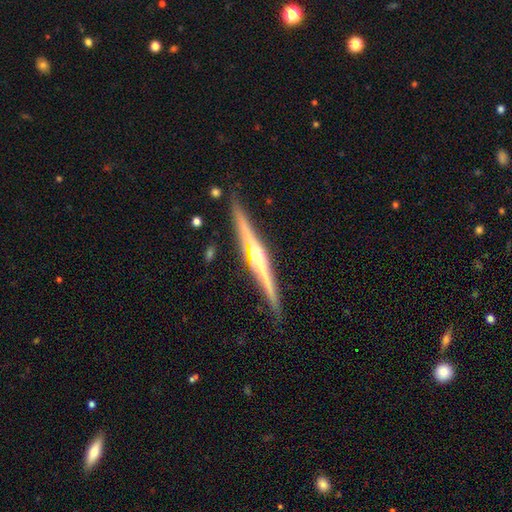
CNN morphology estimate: This is clearly a featured or disk galaxy (85%). It is clearly viewed edge-on (98%). Edge-on bulge: clearly rounded (90%). Merging: clearly none (88%).